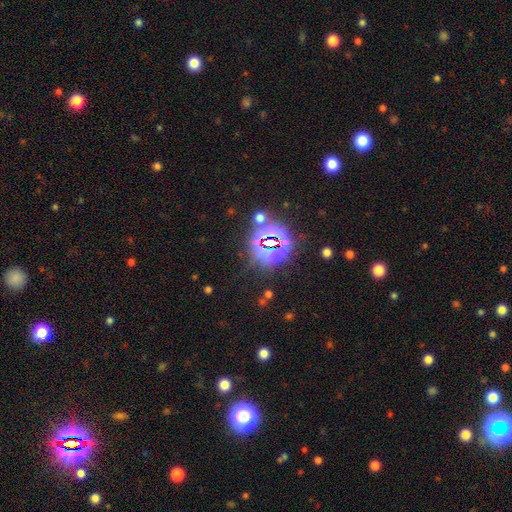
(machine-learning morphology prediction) Smooth or featured? Predicted: star or artifact (p=0.83).